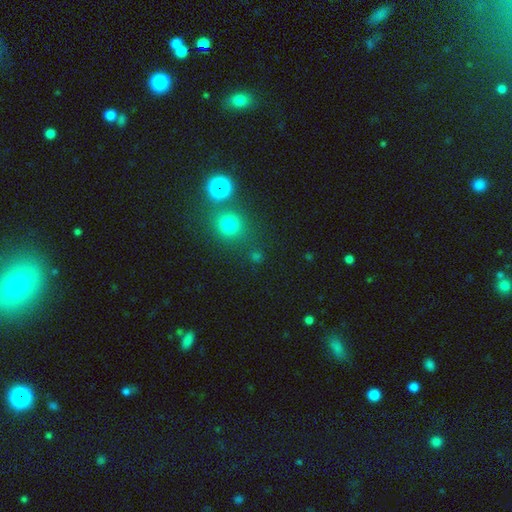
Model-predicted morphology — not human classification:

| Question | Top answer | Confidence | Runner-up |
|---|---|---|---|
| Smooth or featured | smooth | 58% | star or artifact (35%) |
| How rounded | round | 89% | in between (9%) |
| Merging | none | 80% | minor disturbance (8%) |